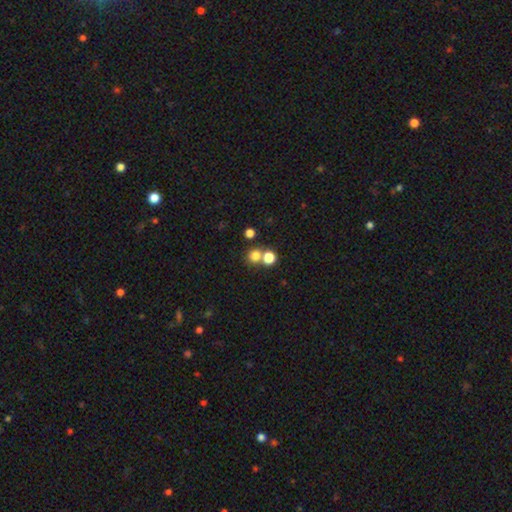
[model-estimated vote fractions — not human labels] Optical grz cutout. It shows a smooth galaxy with no disk features (76%) that is round (88%). Merging: none (59%).